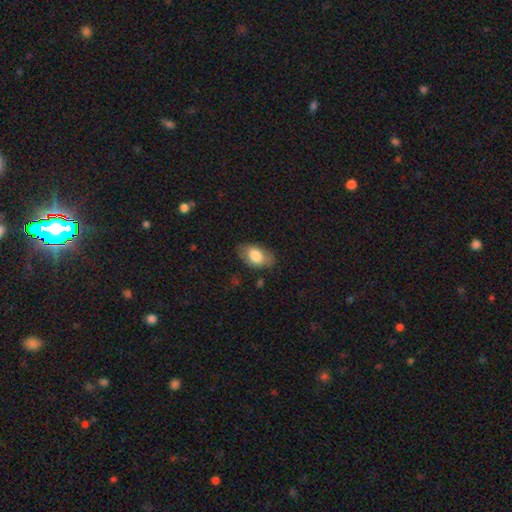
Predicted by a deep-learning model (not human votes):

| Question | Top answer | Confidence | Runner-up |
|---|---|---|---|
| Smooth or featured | smooth | 77% | featured or disk (16%) |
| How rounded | in between | 92% | round (6%) |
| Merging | none | 76% | minor disturbance (18%) |